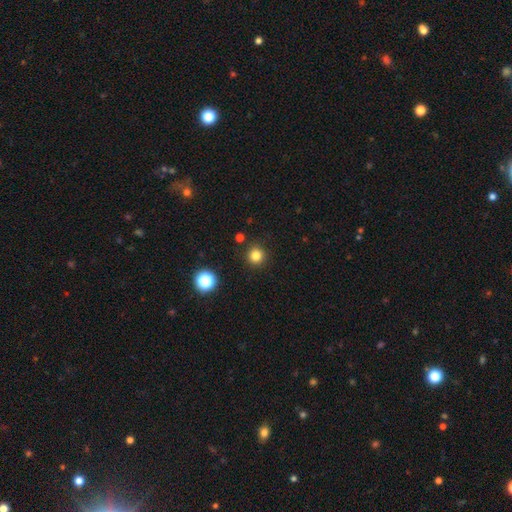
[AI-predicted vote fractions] smooth_or_featured: smooth (p=0.81) [alt: star or artifact p=0.14]
how_rounded: round (p=0.95) [alt: in between p=0.04]
merging: none (p=0.90) [alt: minor disturbance p=0.06]